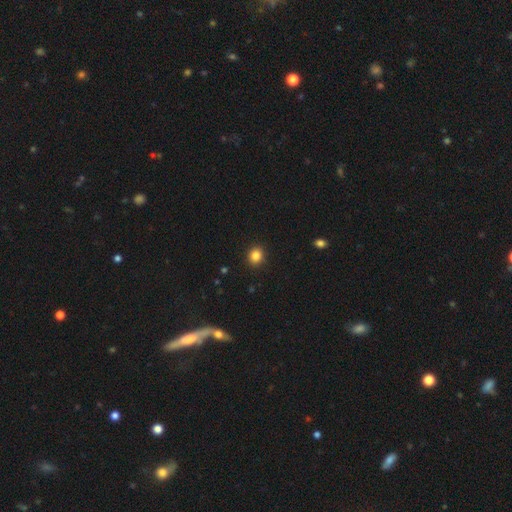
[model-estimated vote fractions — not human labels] Overall: smooth (85%). How rounded: round (80%). Merging: none (92%).